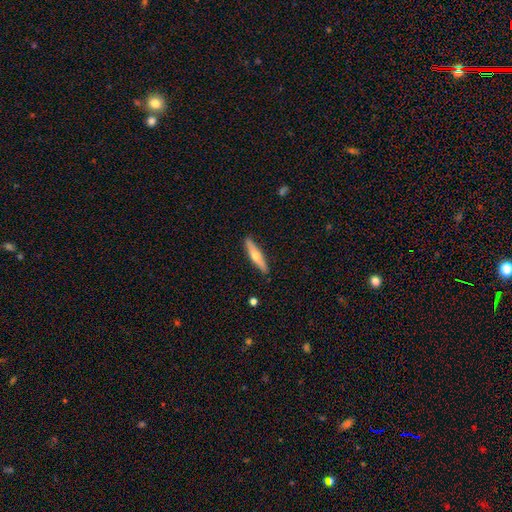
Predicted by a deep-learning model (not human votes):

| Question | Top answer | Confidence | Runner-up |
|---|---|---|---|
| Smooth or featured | featured or disk | 48% | smooth (47%) |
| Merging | none | 89% | minor disturbance (9%) |